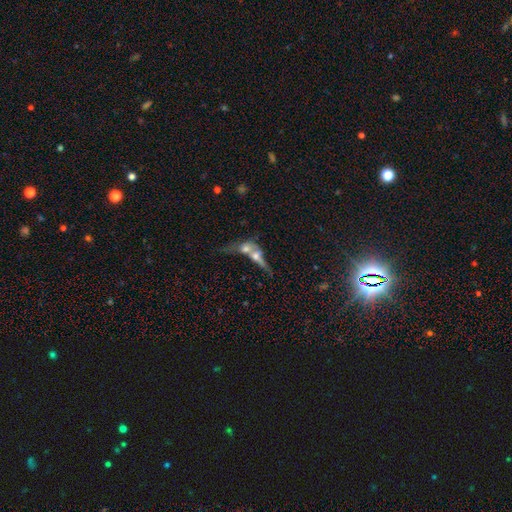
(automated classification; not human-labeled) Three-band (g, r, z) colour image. It shows a featured or disk galaxy (45%). Merging: merger (71%).